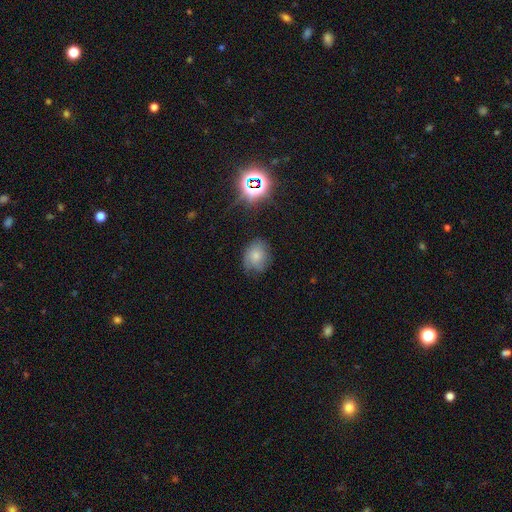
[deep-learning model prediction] Morphology: type=smooth (65%); roundness=round (55%); merging=none (66%).